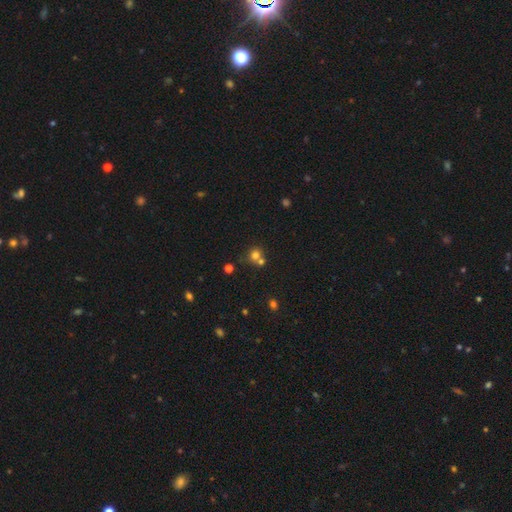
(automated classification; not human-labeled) This appears to be a smooth galaxy with no disk features (71%) that is round (86%). Merging: none (51%).